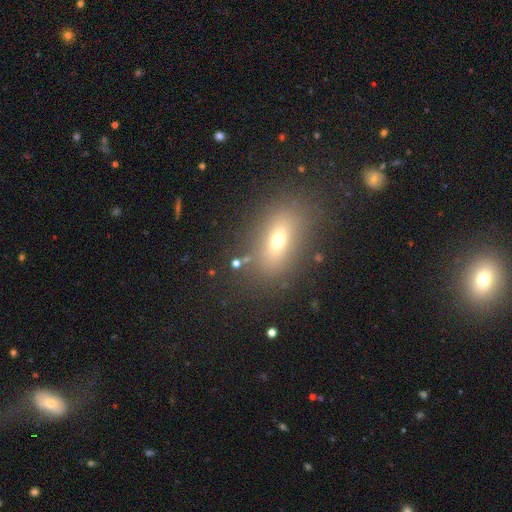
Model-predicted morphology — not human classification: The model was most divided on "smooth or featured": smooth: 52%, star or artifact: 25%, featured or disk: 23%. More confident: merging — none (77%); how rounded — in between (75%).